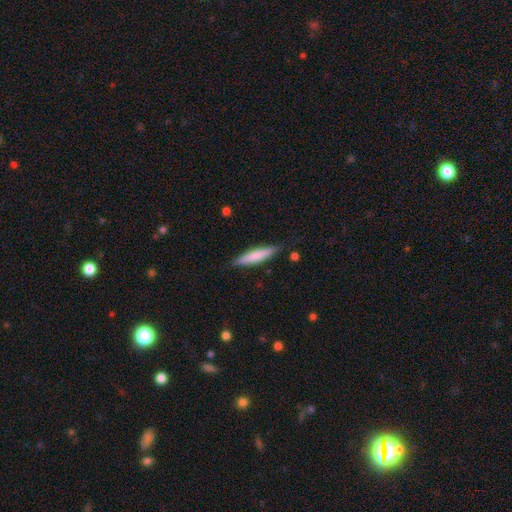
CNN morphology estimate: smooth_or_featured: smooth (p=0.70) [alt: featured or disk p=0.25]
how_rounded: cigar-shaped (p=0.84) [alt: in between p=0.14]
merging: none (p=0.84) [alt: minor disturbance p=0.12]